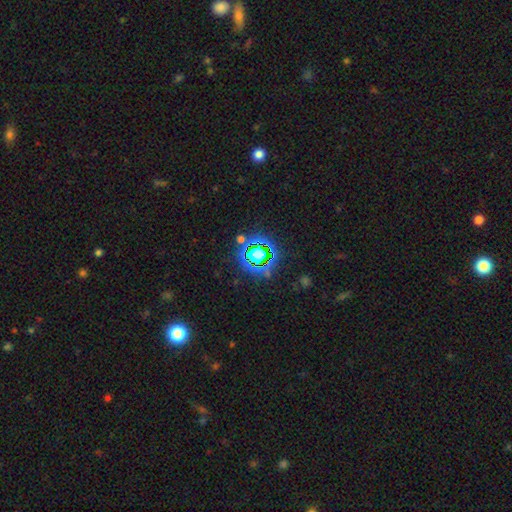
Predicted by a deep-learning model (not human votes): star or artifact 70%, smooth 20%, featured or disk 11%.